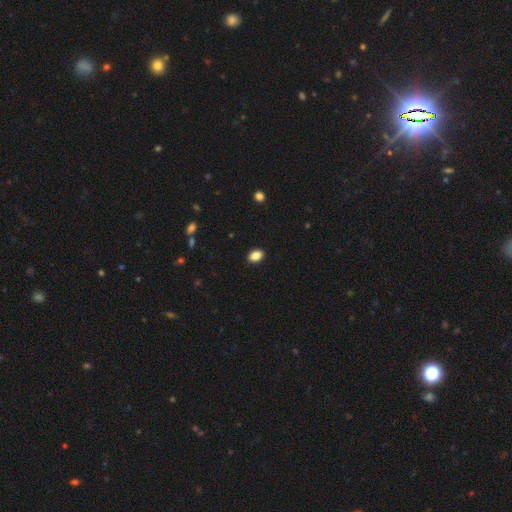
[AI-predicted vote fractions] Smooth or featured? smooth (87%)
How rounded? in between (78%)
Merging? none (90%)